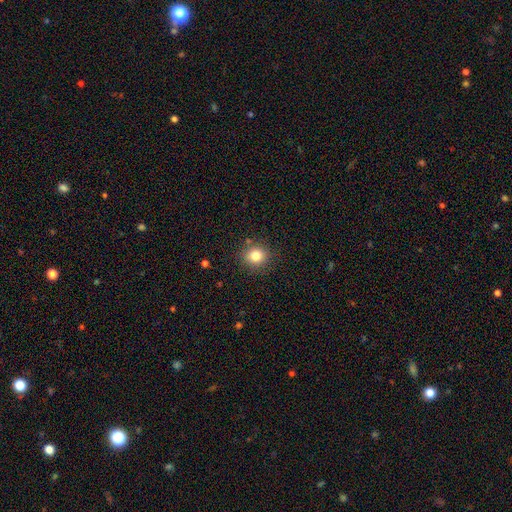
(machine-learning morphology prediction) Smooth or featured? Predicted: smooth (p=0.81). How rounded? Predicted: round (p=0.82). Merging? Predicted: none (p=0.85).